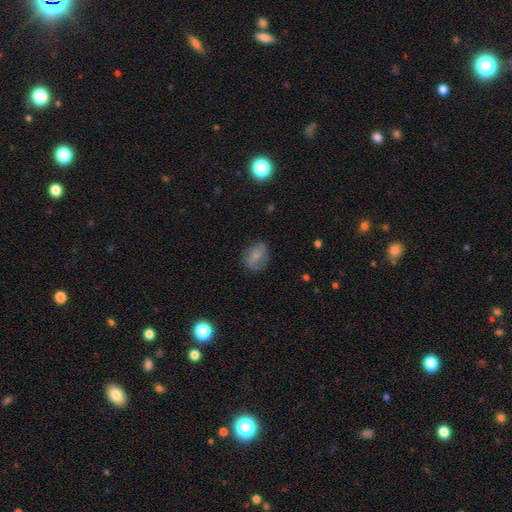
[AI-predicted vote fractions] Smooth or featured?
  - smooth: 67% *
  - featured or disk: 23%
  - star or artifact: 9%
How rounded?
  - round: 53% *
  - in between: 46%
  - cigar-shaped: 2%
Merging?
  - none: 71% *
  - minor disturbance: 21%
  - major disturbance: 7%
  - merger: 1%